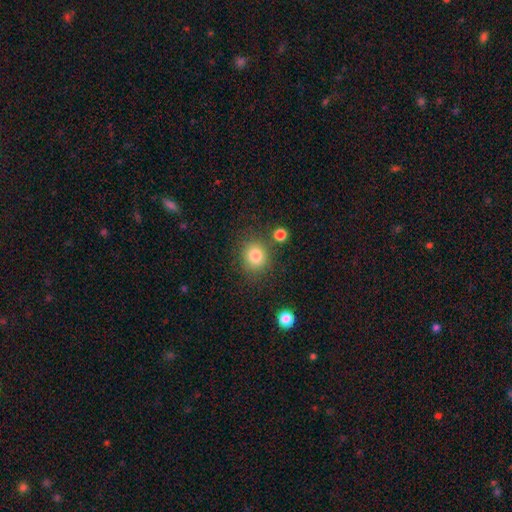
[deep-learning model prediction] A smooth galaxy with no disk features (82%) that is round (81%).

Vote fractions:
- Smooth or featured? smooth: 82% / star or artifact: 11% / featured or disk: 7%
- How rounded? round: 81% / in between: 18% / cigar-shaped: 1%
- Merging? none: 80% / minor disturbance: 10% / merger: 6% / major disturbance: 4%